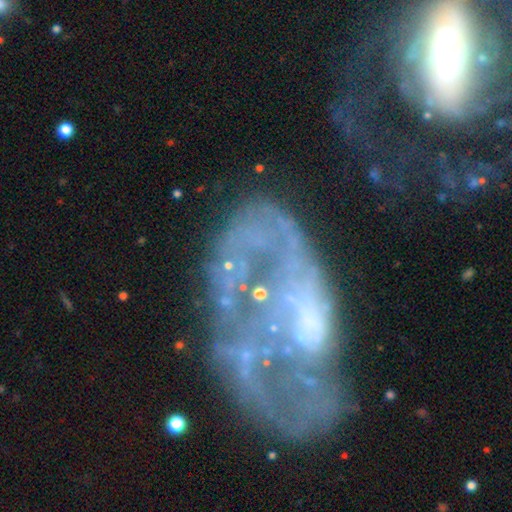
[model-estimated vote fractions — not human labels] This appears to be a featured or disk galaxy (69%) with no bar (75%), no spiral arms (62%) and no central bulge (57%). Merging: major disturbance (42%).